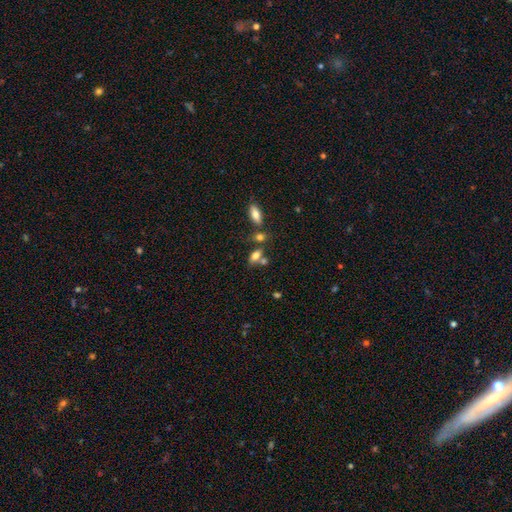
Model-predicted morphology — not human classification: A smooth galaxy with no disk features (74%) that is in between round and cigar-shaped (83%).

Vote fractions:
- Smooth or featured? smooth: 74% / featured or disk: 15% / star or artifact: 11%
- How rounded? in between: 83% / cigar-shaped: 9% / round: 8%
- Merging? none: 49% / merger: 32% / minor disturbance: 13% / major disturbance: 6%